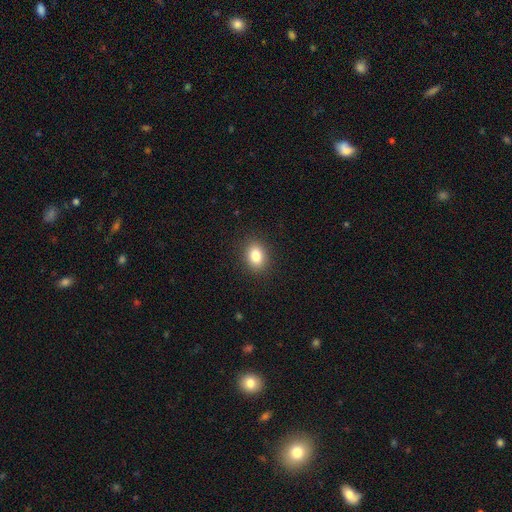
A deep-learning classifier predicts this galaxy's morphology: This is clearly a smooth galaxy (83%). How rounded: likely in between (62%). Merging: clearly none (89%).